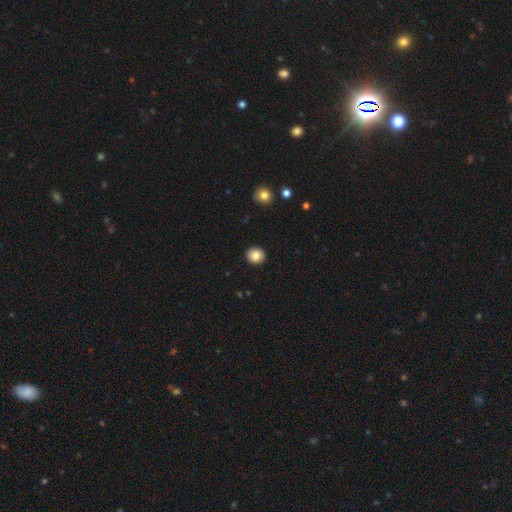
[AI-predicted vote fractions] Smooth or featured? smooth (83%)
How rounded? round (89%)
Merging? none (92%)